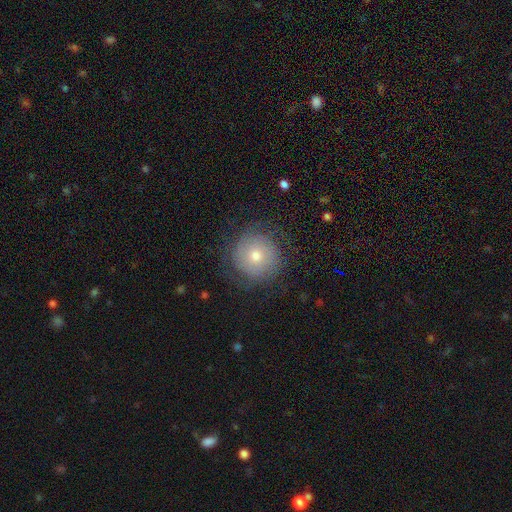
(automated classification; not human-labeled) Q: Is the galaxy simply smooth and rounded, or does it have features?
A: smooth — 49%.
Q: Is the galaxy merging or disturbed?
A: none — 78%.